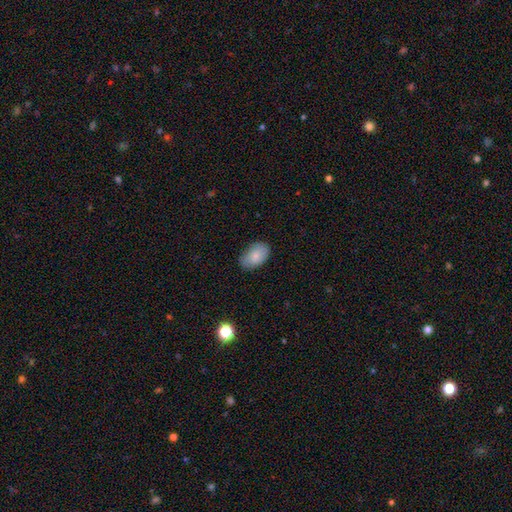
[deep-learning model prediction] A smooth galaxy with no disk features (81%) that is in between round and cigar-shaped (91%).

Vote fractions:
- Smooth or featured? smooth: 81% / featured or disk: 12% / star or artifact: 7%
- How rounded? in between: 91% / round: 7% / cigar-shaped: 1%
- Merging? none: 77% / minor disturbance: 18% / major disturbance: 3% / merger: 1%